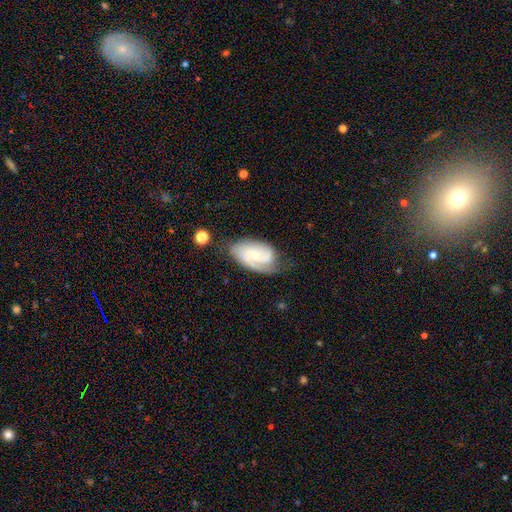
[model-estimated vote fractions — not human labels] smooth-or-featured: featured or disk: 80% | smooth: 14% | star or artifact: 5%
  disk-edge-on: no: 96% | yes: 4%
    bar: no: 54% | weak: 38% | strong: 8%
    has-spiral-arms: yes: 95% | no: 5%
      spiral-winding: medium: 43% | tight: 41% | loose: 17%
      spiral-arm-count: 2: 61% | can't tell: 13% | 1: 12% | 3: 10% | 4: 2% | more than 4: 2%
    bulge-size: small: 61% | moderate: 34% | none: 2% | large: 1% | dominant: 1%
  merging: none: 64% | minor disturbance: 24% | major disturbance: 10% | merger: 2%